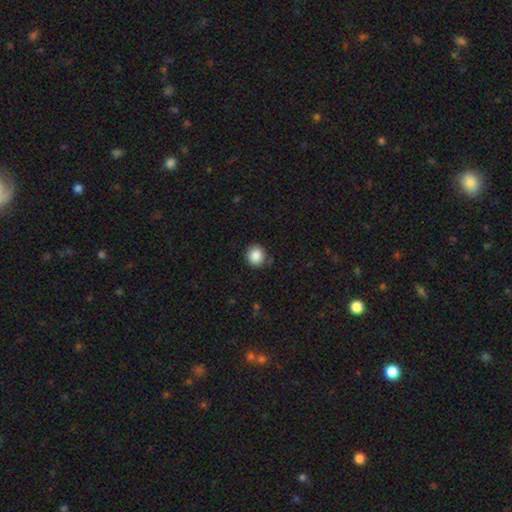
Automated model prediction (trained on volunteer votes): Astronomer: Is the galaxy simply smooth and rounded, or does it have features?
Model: smooth — 88%.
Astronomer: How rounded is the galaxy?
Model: round — 90%.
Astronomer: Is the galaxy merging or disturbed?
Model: none — 85%.